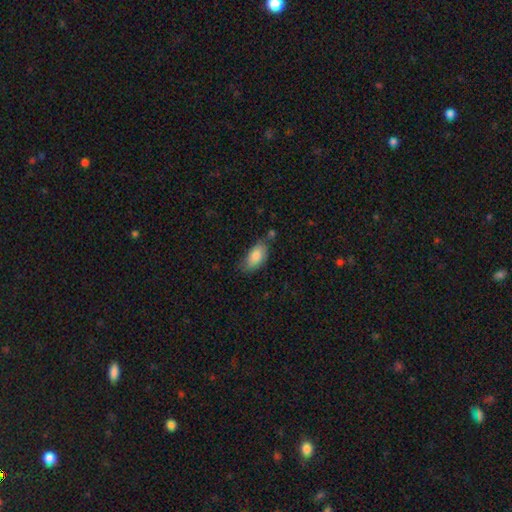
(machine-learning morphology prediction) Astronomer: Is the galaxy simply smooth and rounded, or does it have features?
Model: smooth — 85%.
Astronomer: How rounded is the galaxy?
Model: in between — 92%.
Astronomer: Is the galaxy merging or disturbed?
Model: none — 62%.